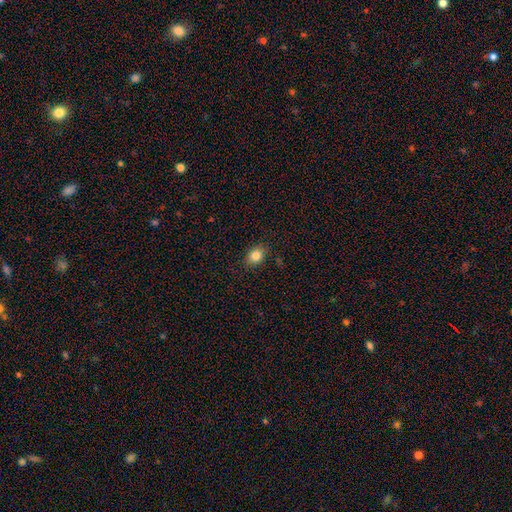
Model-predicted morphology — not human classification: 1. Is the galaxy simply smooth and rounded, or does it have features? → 83% smooth, 11% star or artifact, 6% featured or disk.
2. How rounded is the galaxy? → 52% in between, 47% round, 1% cigar-shaped.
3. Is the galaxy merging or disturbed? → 84% none, 12% minor disturbance, 3% major disturbance, 1% merger.